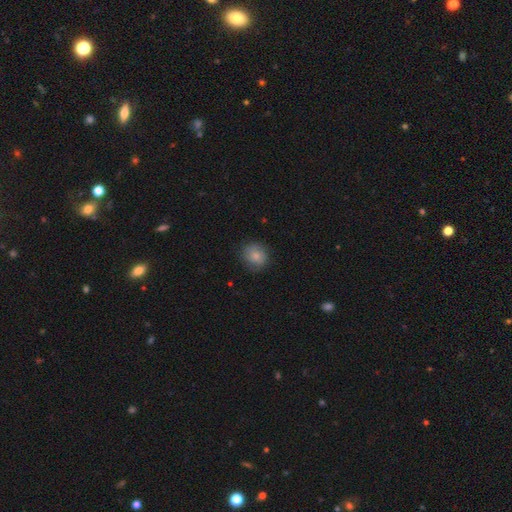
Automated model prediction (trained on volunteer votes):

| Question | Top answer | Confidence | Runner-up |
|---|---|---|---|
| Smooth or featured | smooth | 78% | featured or disk (13%) |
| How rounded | round | 84% | in between (15%) |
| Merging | none | 79% | minor disturbance (16%) |